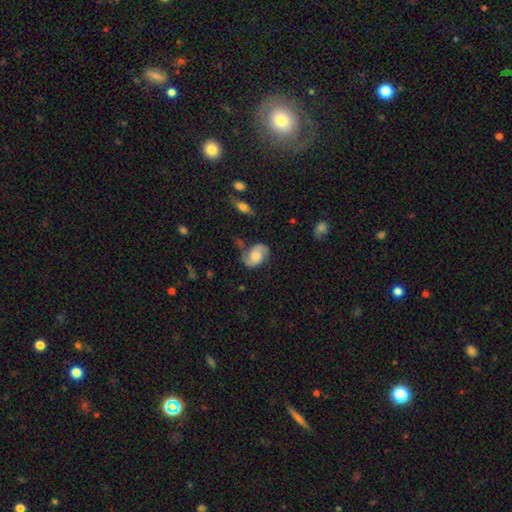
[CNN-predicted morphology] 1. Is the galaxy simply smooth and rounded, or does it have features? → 61% featured or disk, 31% smooth, 8% star or artifact.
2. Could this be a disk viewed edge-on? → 96% no, 4% yes.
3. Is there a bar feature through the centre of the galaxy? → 65% no, 29% weak, 6% strong.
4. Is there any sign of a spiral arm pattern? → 90% yes, 10% no.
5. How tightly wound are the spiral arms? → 45% medium, 31% loose, 24% tight.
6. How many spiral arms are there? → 87% 2, 6% can't tell, 4% 1, 1% 3, 1% 4, 1% more than 4.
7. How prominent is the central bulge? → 33% large, 30% moderate, 17% none, 14% small, 6% dominant.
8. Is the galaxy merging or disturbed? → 59% none, 25% minor disturbance, 11% major disturbance, 5% merger.